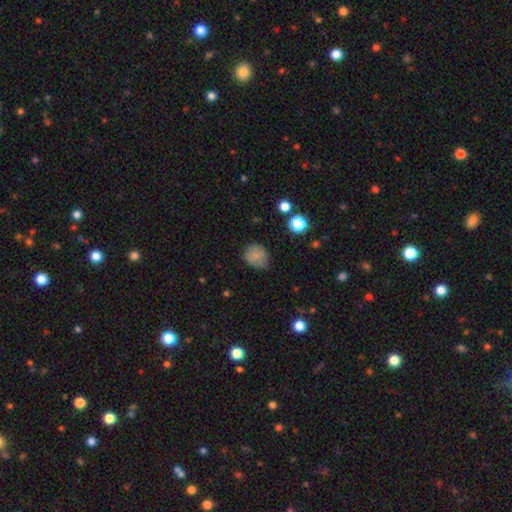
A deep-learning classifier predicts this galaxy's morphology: smooth_or_featured: smooth (p=0.81) [alt: star or artifact p=0.11]
how_rounded: round (p=0.72) [alt: in between p=0.27]
merging: none (p=0.70) [alt: minor disturbance p=0.23]